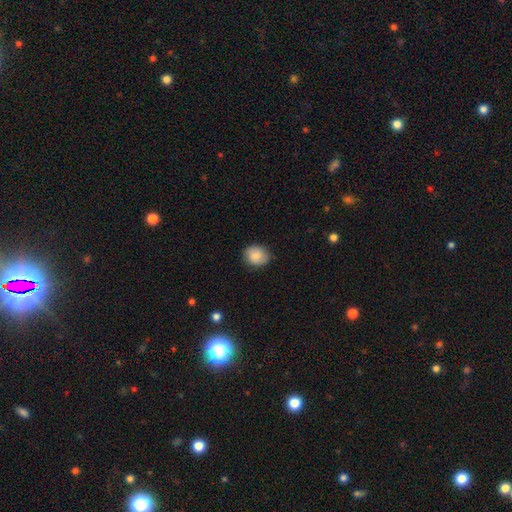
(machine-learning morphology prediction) smooth-or-featured: smooth: 80% | featured or disk: 12% | star or artifact: 8%
  how-rounded: round: 70% | in between: 29% | cigar-shaped: 1%
  merging: none: 84% | minor disturbance: 12% | major disturbance: 3% | merger: 1%